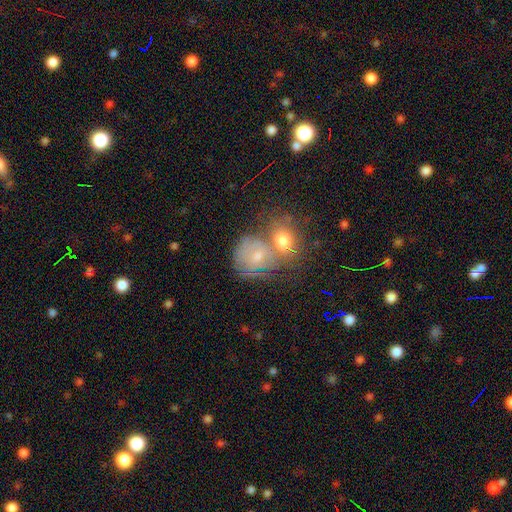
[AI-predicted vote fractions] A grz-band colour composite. It shows a smooth galaxy with no disk features (50%) that is round (68%). Merging: merger (46%).